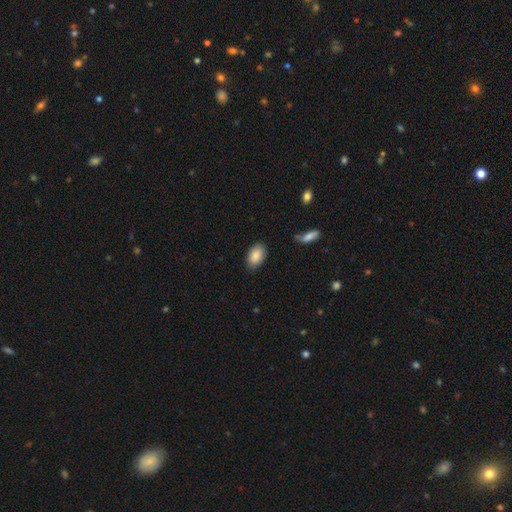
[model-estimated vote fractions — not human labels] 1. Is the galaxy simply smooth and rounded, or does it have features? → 88% smooth, 7% star or artifact, 6% featured or disk.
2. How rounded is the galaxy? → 92% in between, 6% round, 1% cigar-shaped.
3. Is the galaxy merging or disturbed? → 83% none, 13% minor disturbance, 3% major disturbance, 2% merger.